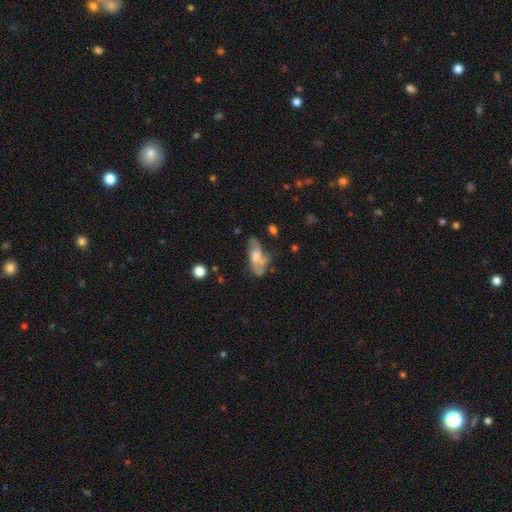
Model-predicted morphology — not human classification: Q: Smooth or featured?
A: featured or disk (53%); runner-up: smooth (38%)
Q: Edge-on disk?
A: no (89%); runner-up: yes (11%)
Q: Merging?
A: none (41%); runner-up: minor disturbance (27%)